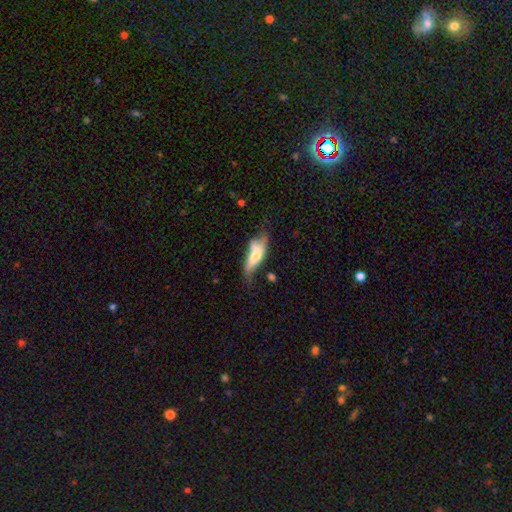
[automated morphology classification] smooth 56%, featured or disk 38%, star or artifact 7%. Down the decision tree: how rounded — in between (60%); merging — none (31%).